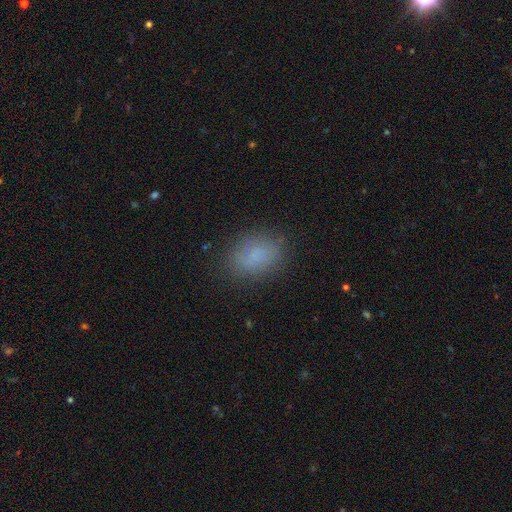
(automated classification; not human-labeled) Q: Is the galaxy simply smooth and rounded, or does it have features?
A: smooth — 81%.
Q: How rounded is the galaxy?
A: in between — 78%.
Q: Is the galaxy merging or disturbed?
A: none — 81%.